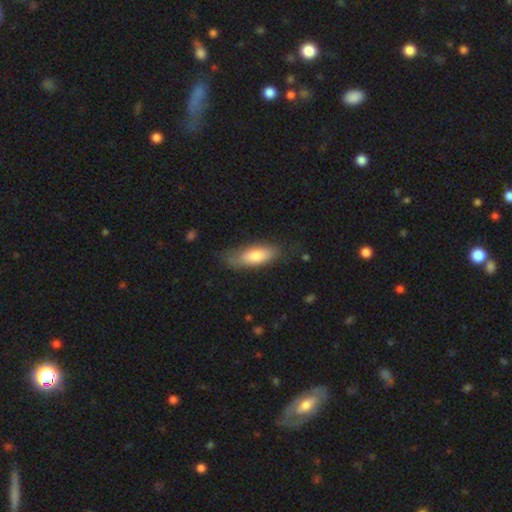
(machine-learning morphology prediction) This appears to be a smooth galaxy with no disk features (76%) that is in between round and cigar-shaped (71%). Merging: none (66%).